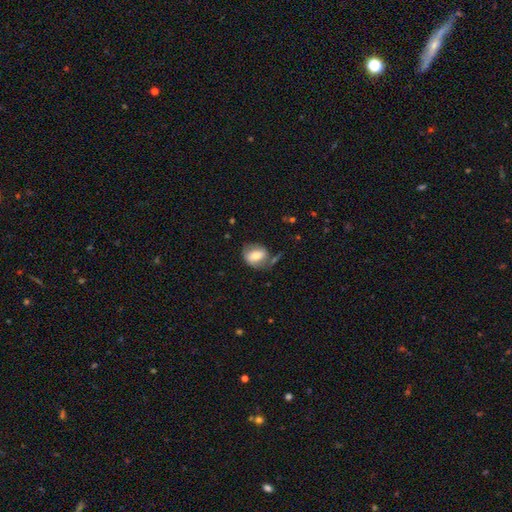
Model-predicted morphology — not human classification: type=smooth (57%); roundness=in between (53%); merging=none (52%).